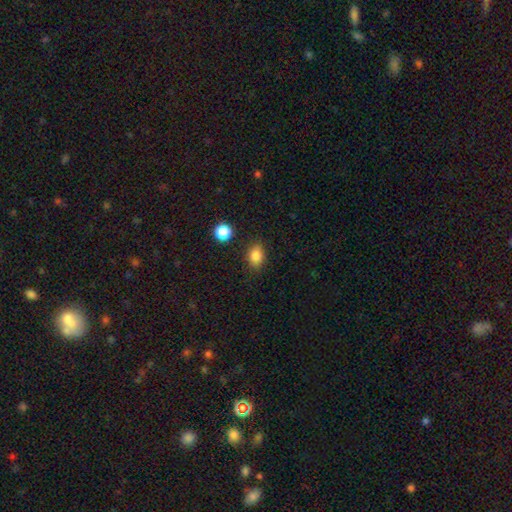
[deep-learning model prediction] Smooth or featured? Predicted: smooth (p=0.84). How rounded? Predicted: in between (p=0.64). Merging? Predicted: none (p=0.80).